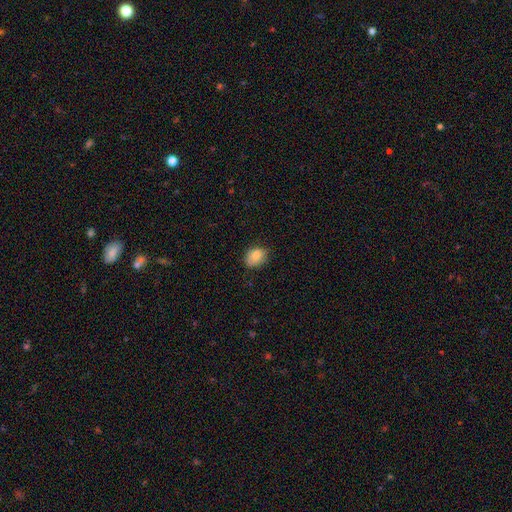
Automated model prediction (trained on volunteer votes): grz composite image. It shows a smooth galaxy with no disk features (83%) that is in between round and cigar-shaped (65%). Merging: none (75%).